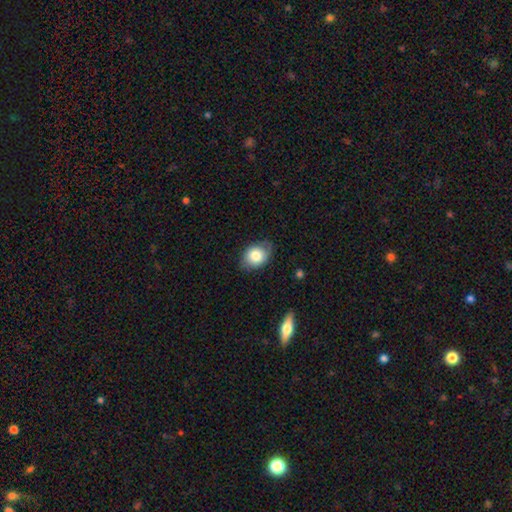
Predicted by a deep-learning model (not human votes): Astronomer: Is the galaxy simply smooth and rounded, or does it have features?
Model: smooth — 77%.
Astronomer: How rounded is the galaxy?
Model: in between — 68%.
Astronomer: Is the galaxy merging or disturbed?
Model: none — 72%.